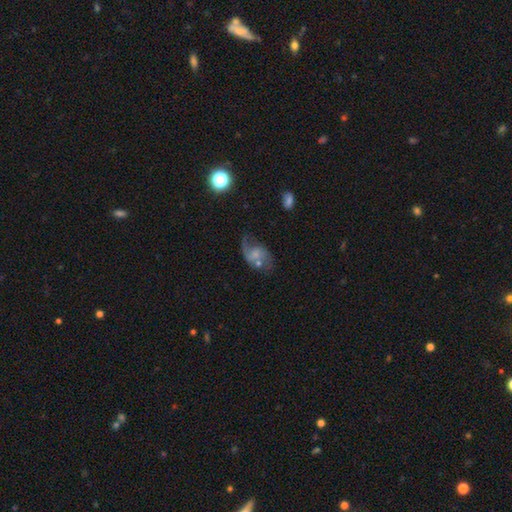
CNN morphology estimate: Smooth or featured: featured or disk — 60% (smooth — 30%)
Edge-on disk: no — 97% (yes — 3%)
Bar: no — 63% (weak — 31%)
Spiral arms: yes — 78% (no — 22%)
Bulge size: small — 44% (moderate — 28%)
Merging: none — 36% (major disturbance — 28%)